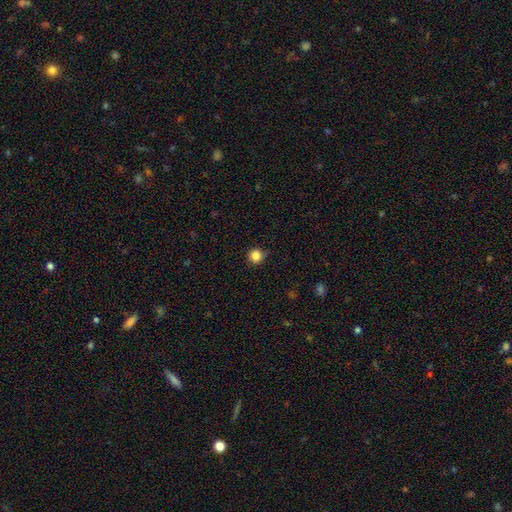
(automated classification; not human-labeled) A smooth galaxy with no disk features (85%) that is round (95%).

Vote fractions:
- Smooth or featured? smooth: 85% / star or artifact: 11% / featured or disk: 3%
- How rounded? round: 95% / in between: 4% / cigar-shaped: 1%
- Merging? none: 88% / minor disturbance: 9% / major disturbance: 2% / merger: 1%